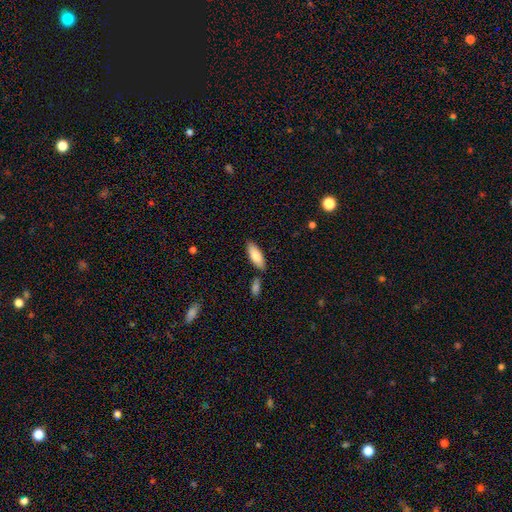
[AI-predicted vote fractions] Q: Smooth or featured?
A: smooth (81%); runner-up: featured or disk (13%)
Q: How rounded?
A: in between (72%); runner-up: cigar-shaped (26%)
Q: Merging?
A: none (78%); runner-up: minor disturbance (12%)